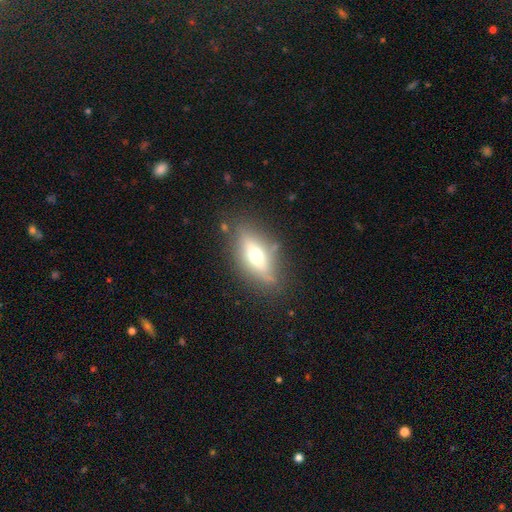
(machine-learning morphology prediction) smooth-or-featured: featured or disk: 52% | smooth: 41% | star or artifact: 8%
  disk-edge-on: yes: 80% | no: 20%
  merging: none: 78% | minor disturbance: 15% | major disturbance: 5% | merger: 2%